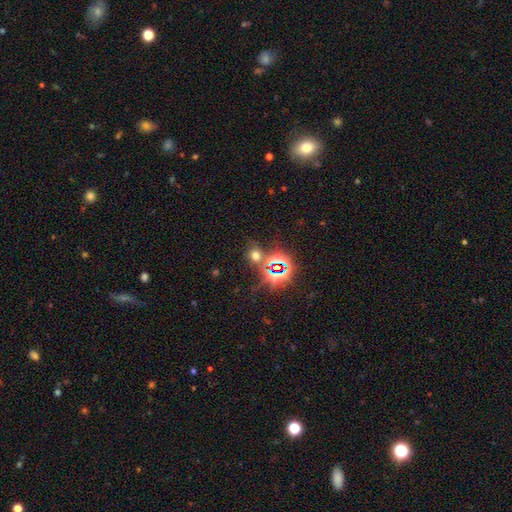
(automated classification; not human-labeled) Morphology: type=smooth (48%); merging=none (72%).